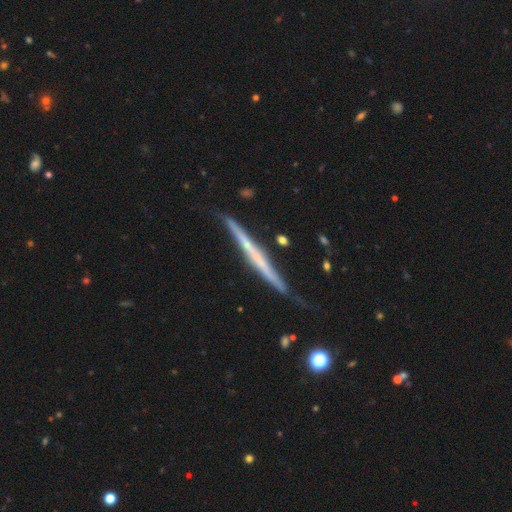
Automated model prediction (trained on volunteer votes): Smooth or featured: featured or disk — 65% (smooth — 29%)
Edge-on disk: yes — 97% (no — 3%)
Edge-on bulge: none — 84% (rounded — 10%)
Merging: none — 78% (minor disturbance — 17%)